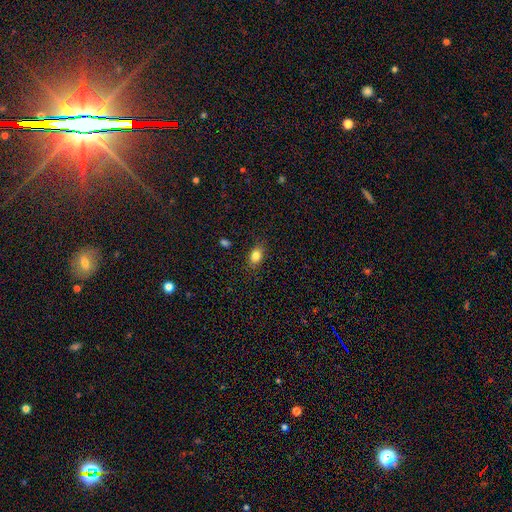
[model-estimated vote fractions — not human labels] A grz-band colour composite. It shows a smooth galaxy with no disk features (83%) that is in between round and cigar-shaped (79%). Merging: none (83%).